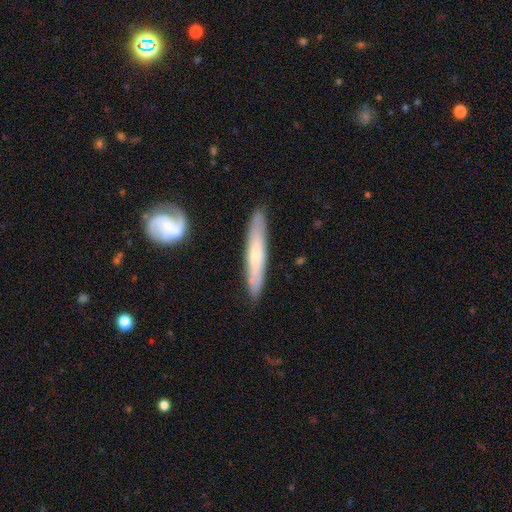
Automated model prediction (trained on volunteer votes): This is possibly a featured or disk galaxy (50%). It is likely viewed edge-on (77%). Merging: clearly none (86%).